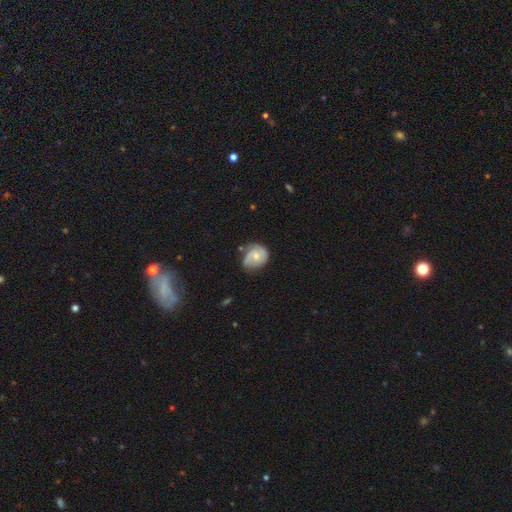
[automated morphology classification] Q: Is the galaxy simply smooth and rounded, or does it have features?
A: featured or disk — 62%.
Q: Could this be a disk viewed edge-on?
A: no — 98%.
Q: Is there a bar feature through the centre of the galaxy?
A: no — 63%.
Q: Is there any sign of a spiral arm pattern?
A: yes — 88%.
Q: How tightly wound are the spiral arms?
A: tight — 40%, tied with medium.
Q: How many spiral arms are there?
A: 2 — 58%.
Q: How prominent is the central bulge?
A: moderate — 48%.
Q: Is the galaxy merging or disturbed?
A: none — 55%.